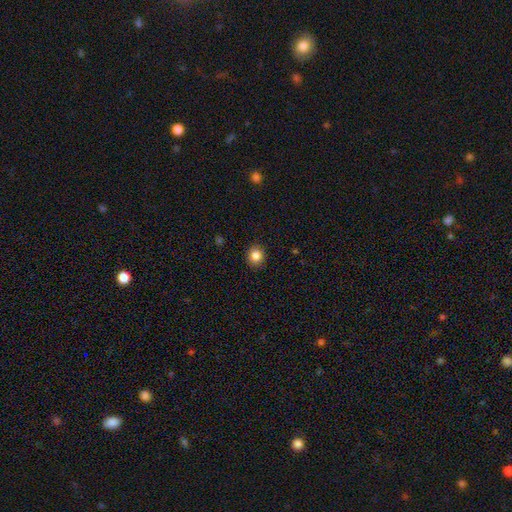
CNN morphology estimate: Smooth or featured? Predicted: smooth (p=0.84). How rounded? Predicted: round (p=0.84). Merging? Predicted: none (p=0.90).